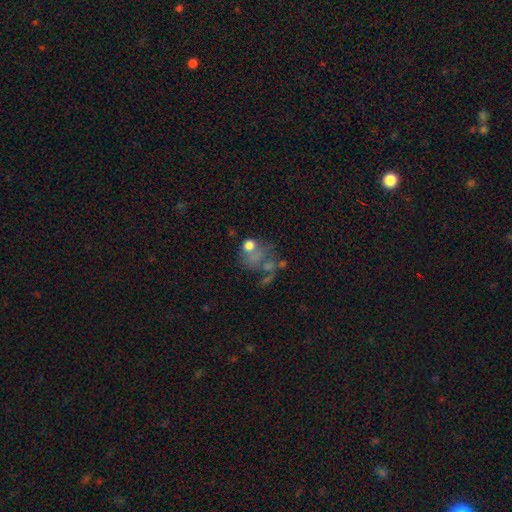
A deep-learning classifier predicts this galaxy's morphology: featured or disk 39%, star or artifact 30%, smooth 30%. Down the decision tree: merging — none (37%).